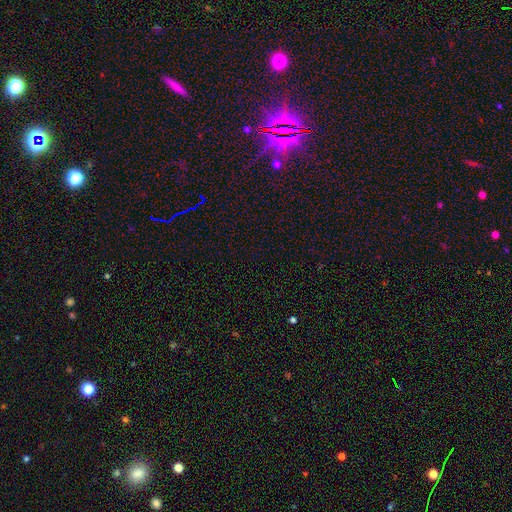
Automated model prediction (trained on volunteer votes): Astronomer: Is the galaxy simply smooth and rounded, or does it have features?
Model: star or artifact — 72%.